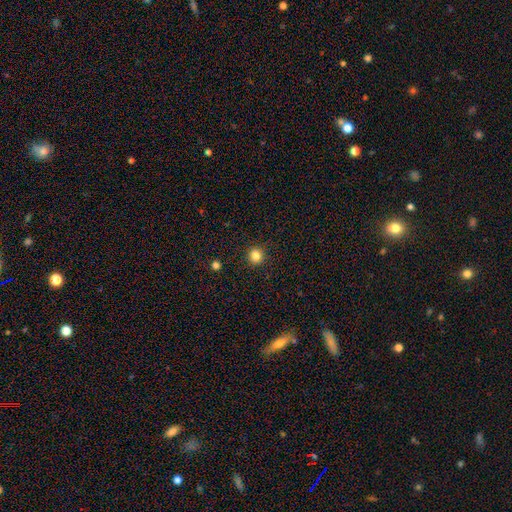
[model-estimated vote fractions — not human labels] This is clearly a smooth galaxy (84%). How rounded: clearly round (93%). Merging: clearly none (92%).